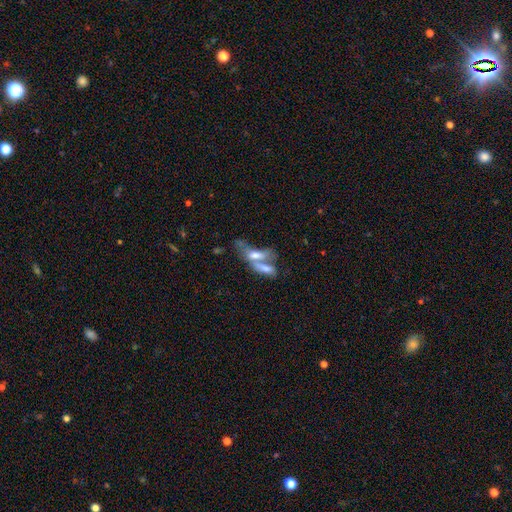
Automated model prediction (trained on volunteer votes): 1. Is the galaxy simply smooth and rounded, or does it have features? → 54% smooth, 35% featured or disk, 10% star or artifact.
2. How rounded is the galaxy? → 63% in between, 33% cigar-shaped, 4% round.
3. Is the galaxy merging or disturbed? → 68% merger, 15% none, 9% major disturbance, 7% minor disturbance.